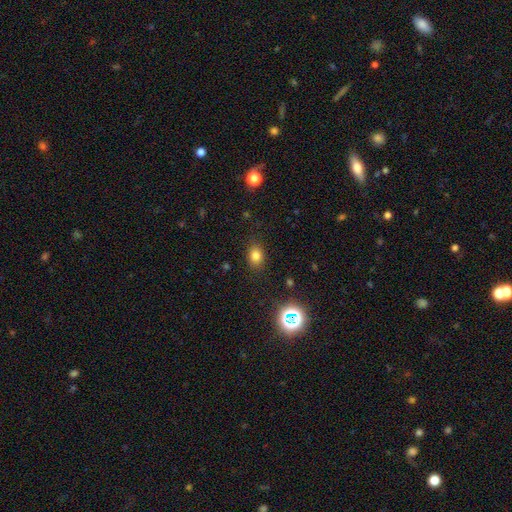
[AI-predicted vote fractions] Morphology: type=smooth (78%); roundness=in between (65%); merging=none (86%).